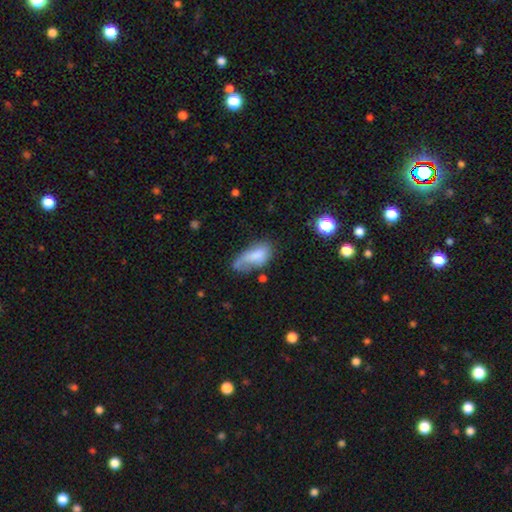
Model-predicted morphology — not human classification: Q: Smooth or featured?
A: smooth (67%); runner-up: featured or disk (25%)
Q: How rounded?
A: in between (89%); runner-up: cigar-shaped (8%)
Q: Merging?
A: none (32%); runner-up: minor disturbance (31%)